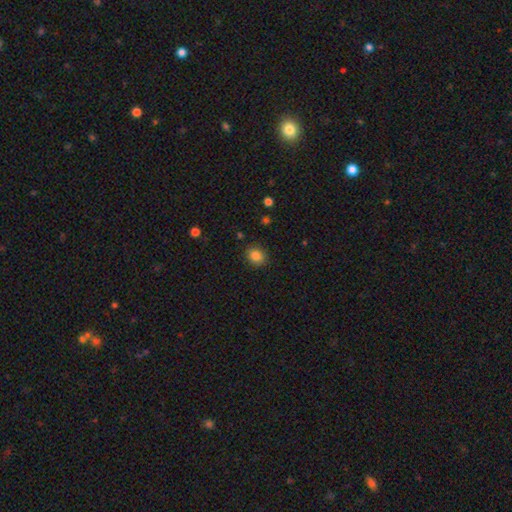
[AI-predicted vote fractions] This appears to be a smooth galaxy with no disk features (84%) that is round (62%). Merging: none (86%).